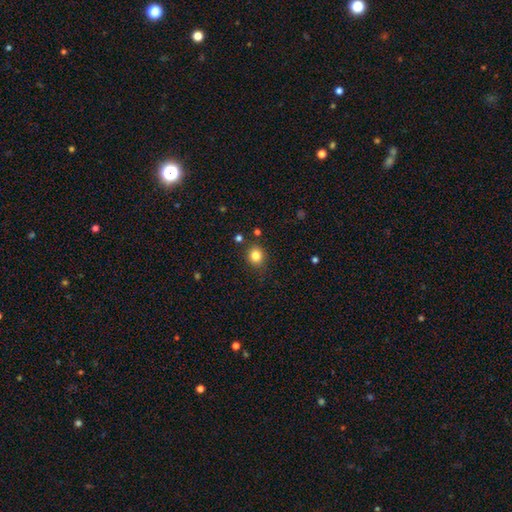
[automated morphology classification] Q: Smooth or featured?
A: smooth (82%); runner-up: star or artifact (12%)
Q: How rounded?
A: round (78%); runner-up: in between (21%)
Q: Merging?
A: none (84%); runner-up: minor disturbance (10%)